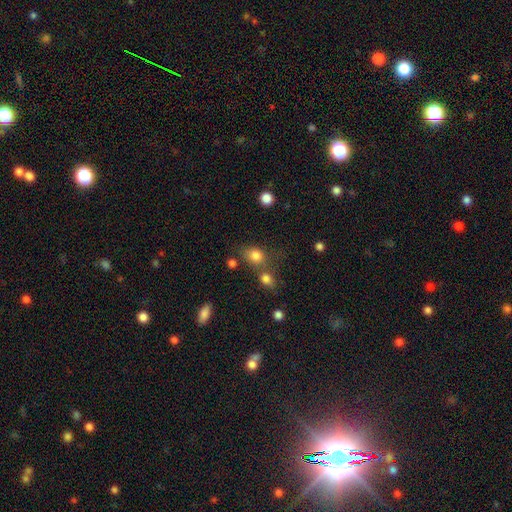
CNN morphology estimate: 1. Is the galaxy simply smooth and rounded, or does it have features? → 80% smooth, 13% star or artifact, 7% featured or disk.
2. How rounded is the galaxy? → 50% round, 49% in between, 1% cigar-shaped.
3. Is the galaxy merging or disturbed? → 55% none, 25% merger, 14% minor disturbance, 6% major disturbance.